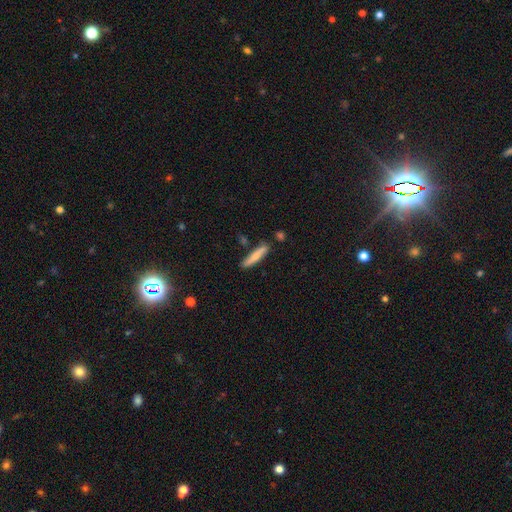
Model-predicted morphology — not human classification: Smooth or featured? Predicted: smooth (p=0.73). How rounded? Predicted: cigar-shaped (p=0.89). Merging? Predicted: none (p=0.78).